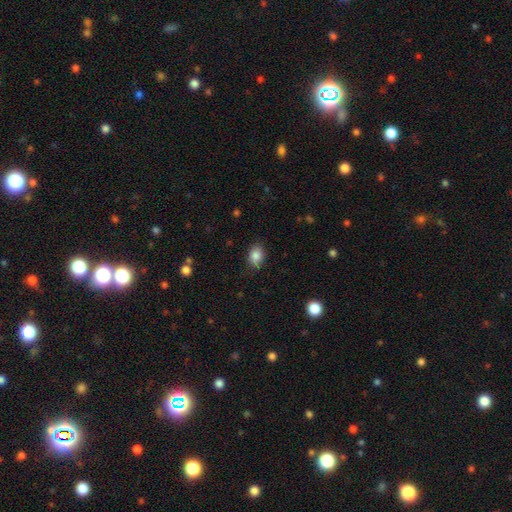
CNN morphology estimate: Smooth or featured? Predicted: smooth (p=0.86). How rounded? Predicted: in between (p=0.77). Merging? Predicted: none (p=0.84).